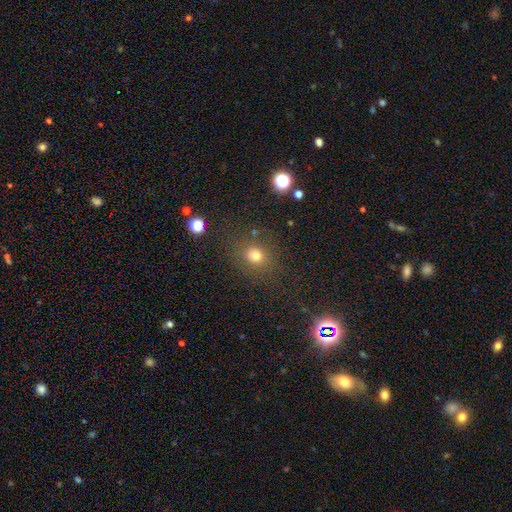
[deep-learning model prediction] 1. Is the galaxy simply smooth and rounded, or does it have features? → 73% smooth, 19% star or artifact, 8% featured or disk.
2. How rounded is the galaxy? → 74% round, 25% in between, 1% cigar-shaped.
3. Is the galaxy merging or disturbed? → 78% none, 12% minor disturbance, 6% major disturbance, 4% merger.